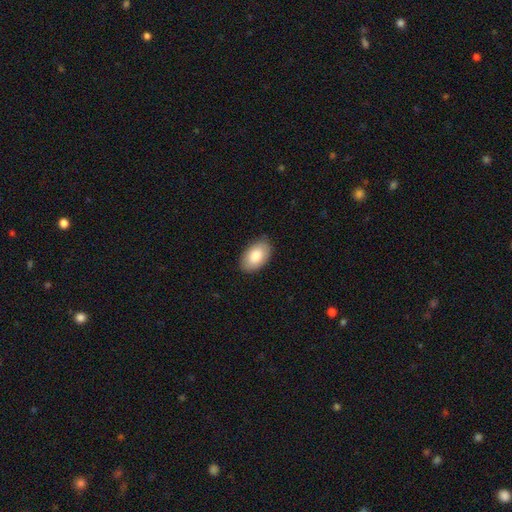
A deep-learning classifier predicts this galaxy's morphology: A smooth galaxy with no disk features (84%) that is in between round and cigar-shaped (94%).

Vote fractions:
- Smooth or featured? smooth: 84% / featured or disk: 10% / star or artifact: 6%
- How rounded? in between: 94% / round: 5% / cigar-shaped: 1%
- Merging? none: 85% / minor disturbance: 12% / major disturbance: 2% / merger: 1%